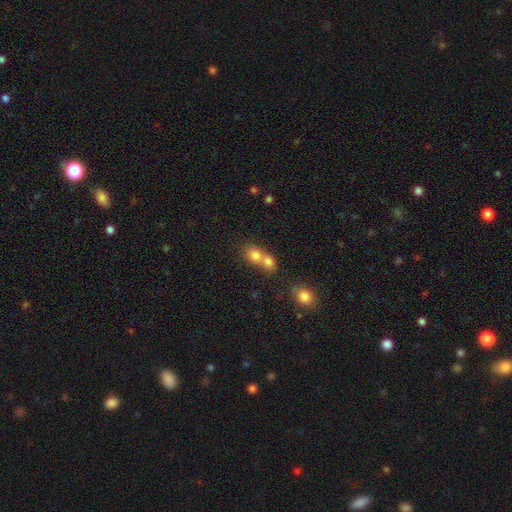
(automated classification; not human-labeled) Smooth or featured? Predicted: smooth (p=0.77). How rounded? Predicted: round (p=0.63). Merging? Predicted: merger (p=0.65).